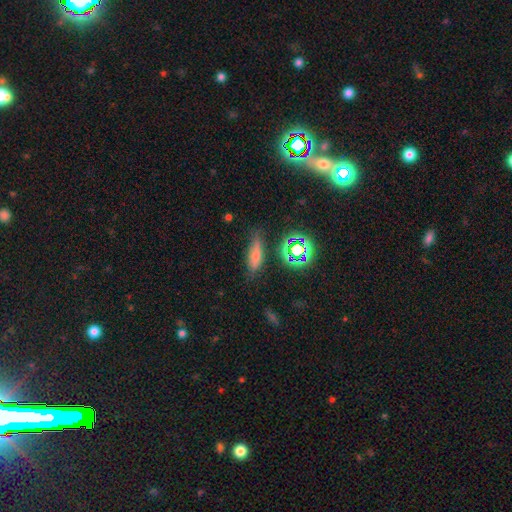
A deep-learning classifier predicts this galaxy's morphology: smooth-or-featured: smooth: 64% | star or artifact: 19% | featured or disk: 16%
  how-rounded: in between: 48% | cigar-shaped: 46% | round: 5%
  merging: none: 71% | minor disturbance: 20% | major disturbance: 6% | merger: 3%